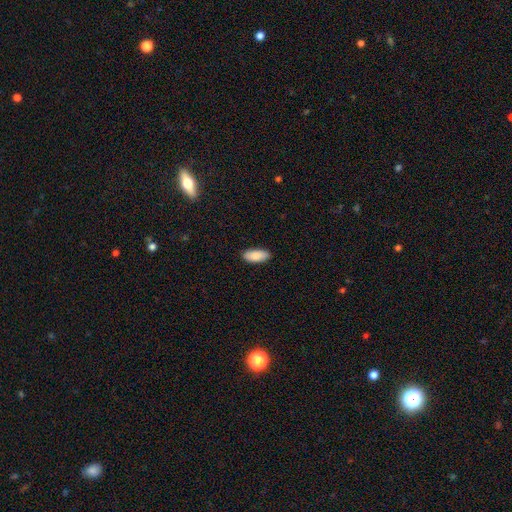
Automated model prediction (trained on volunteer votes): Morphology: type=smooth (87%); roundness=in between (87%); merging=none (89%).